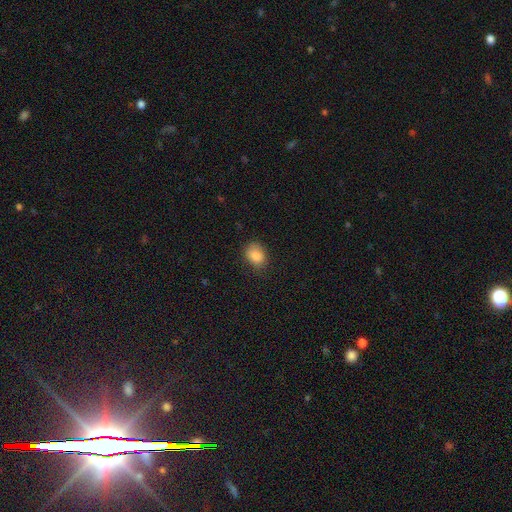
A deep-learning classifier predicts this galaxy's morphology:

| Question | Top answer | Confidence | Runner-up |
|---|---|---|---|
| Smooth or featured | smooth | 85% | star or artifact (9%) |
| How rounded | in between | 64% | round (35%) |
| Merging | none | 75% | minor disturbance (20%) |